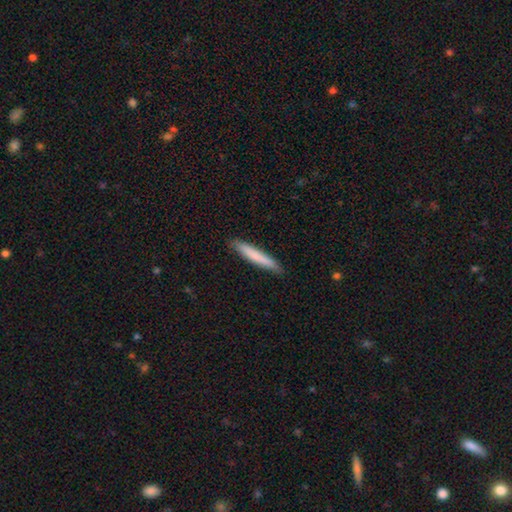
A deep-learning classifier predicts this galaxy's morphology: The model was most divided on "smooth or featured": smooth: 77%, featured or disk: 17%, star or artifact: 5%. More confident: how rounded — cigar-shaped (95%); merging — none (89%).